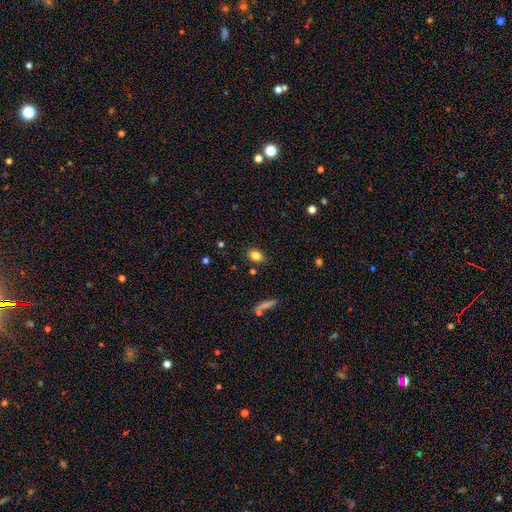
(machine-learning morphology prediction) Overall: smooth (83%). How rounded: in between (70%). Merging: none (85%).